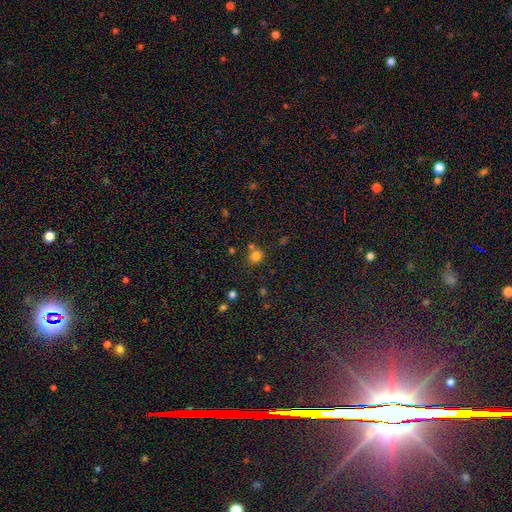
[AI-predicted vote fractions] Morphology: type=smooth (77%); roundness=round (81%); merging=none (61%).